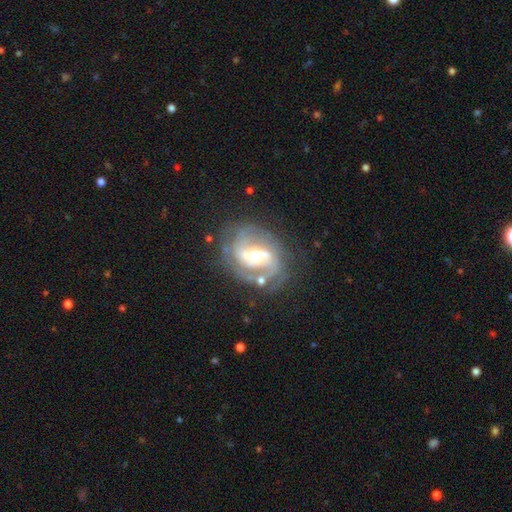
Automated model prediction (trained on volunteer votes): This is clearly a featured or disk galaxy (85%). It is clearly not viewed edge-on (97%). Bar: marginally weak (42%). Spiral arm pattern: clearly yes (93%). Spiral arm count: likely 2 (73%). Spiral winding: possibly medium (46%). Central bulge: possibly moderate (60%). Merging: likely none (69%).